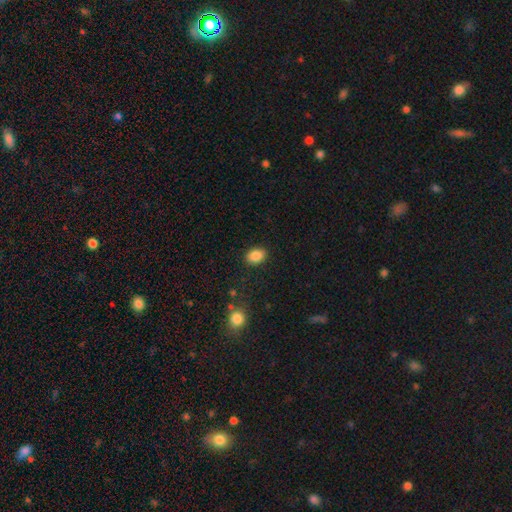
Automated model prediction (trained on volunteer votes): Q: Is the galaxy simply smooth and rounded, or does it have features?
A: smooth — 87%.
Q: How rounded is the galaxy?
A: in between — 73%.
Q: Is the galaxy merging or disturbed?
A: none — 88%.